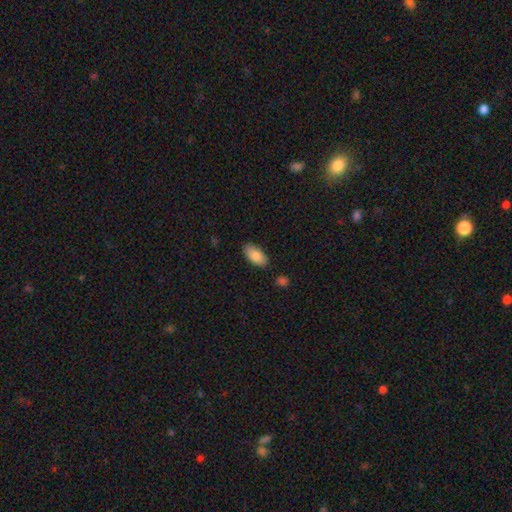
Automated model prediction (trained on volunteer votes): This is clearly a smooth galaxy (86%). How rounded: clearly in between (92%). Merging: clearly none (84%).